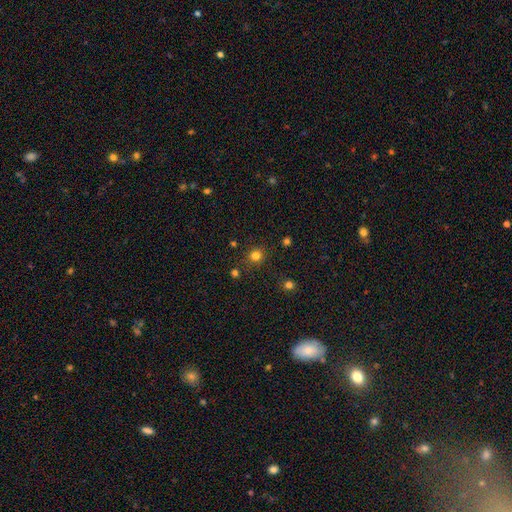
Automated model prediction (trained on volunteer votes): The model was most divided on "smooth or featured": smooth: 79%, star or artifact: 17%, featured or disk: 5%. More confident: how rounded — round (90%); merging — none (86%).